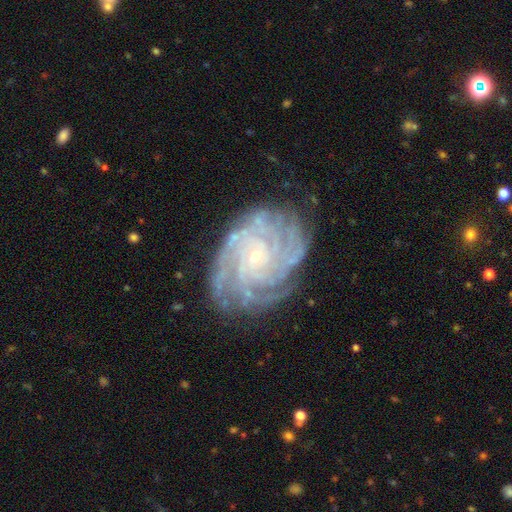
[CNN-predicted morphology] Smooth or featured? Predicted: featured or disk (p=0.88). Edge-on disk? Predicted: no (p=0.97). Bar? Predicted: no (p=0.74). Spiral arms? Predicted: yes (p=0.97). Spiral winding? Predicted: tight (p=0.79). Spiral arm count? Predicted: more than 4 (p=0.27). Bulge size? Predicted: small (p=0.83). Merging? Predicted: none (p=0.78).